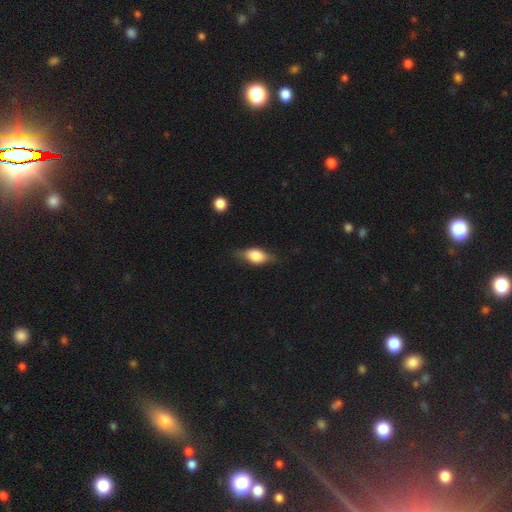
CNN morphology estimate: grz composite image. It shows a smooth galaxy with no disk features (58%) that is in between round and cigar-shaped (77%). Merging: none (73%).